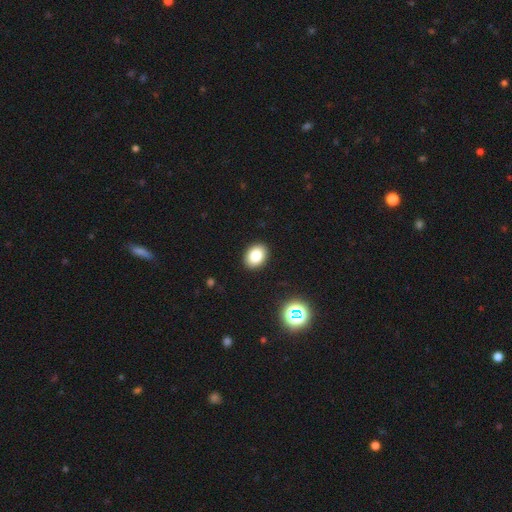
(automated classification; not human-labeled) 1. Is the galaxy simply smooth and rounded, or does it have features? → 83% smooth, 11% star or artifact, 7% featured or disk.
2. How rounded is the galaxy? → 66% in between, 33% round, 1% cigar-shaped.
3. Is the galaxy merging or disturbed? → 91% none, 6% minor disturbance, 2% major disturbance, 1% merger.